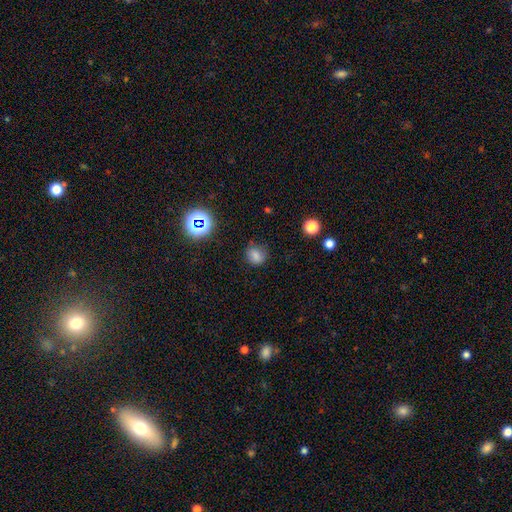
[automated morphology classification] smooth-or-featured: smooth: 75% | star or artifact: 17% | featured or disk: 8%
  how-rounded: round: 66% | in between: 33% | cigar-shaped: 1%
  merging: none: 74% | minor disturbance: 18% | major disturbance: 6% | merger: 2%